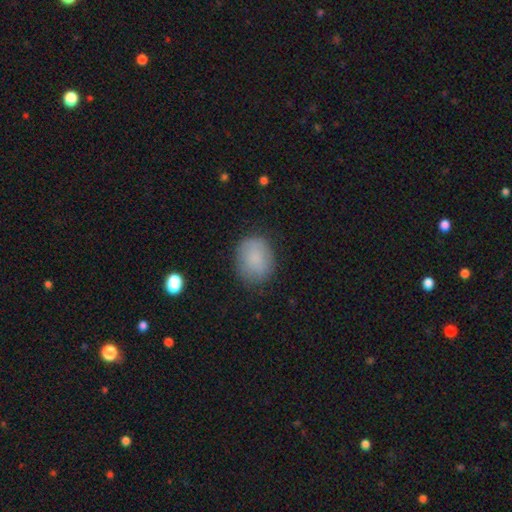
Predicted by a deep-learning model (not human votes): smooth_or_featured: smooth (p=0.82) [alt: featured or disk p=0.10]
how_rounded: round (p=0.57) [alt: in between p=0.42]
merging: none (p=0.78) [alt: minor disturbance p=0.16]